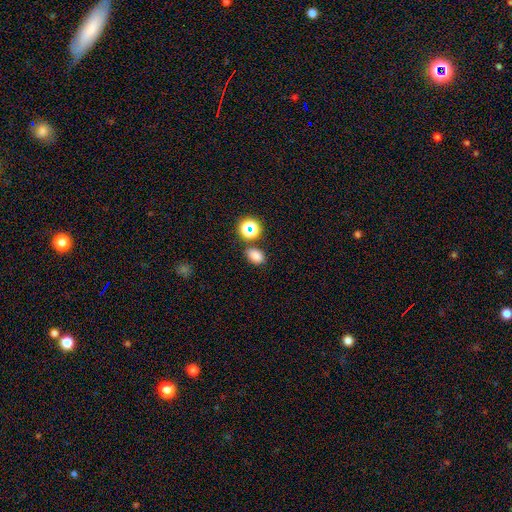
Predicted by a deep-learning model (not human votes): Q: Smooth or featured?
A: smooth (78%); runner-up: star or artifact (17%)
Q: How rounded?
A: in between (73%); runner-up: round (26%)
Q: Merging?
A: none (77%); runner-up: minor disturbance (11%)